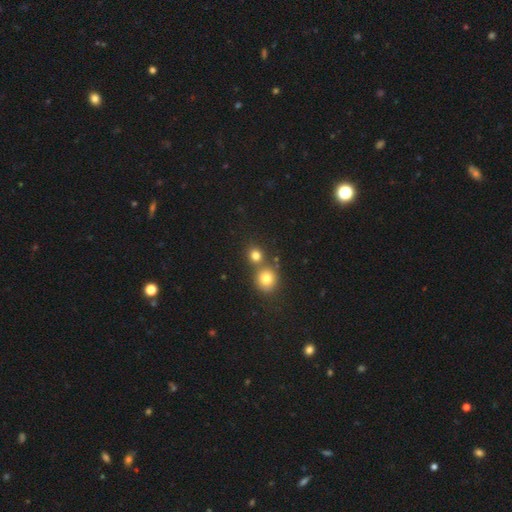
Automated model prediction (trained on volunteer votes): Smooth or featured?
  - smooth: 78% *
  - star or artifact: 15%
  - featured or disk: 8%
How rounded?
  - round: 85% *
  - in between: 14%
  - cigar-shaped: 1%
Merging?
  - none: 59% *
  - merger: 31%
  - minor disturbance: 7%
  - major disturbance: 3%